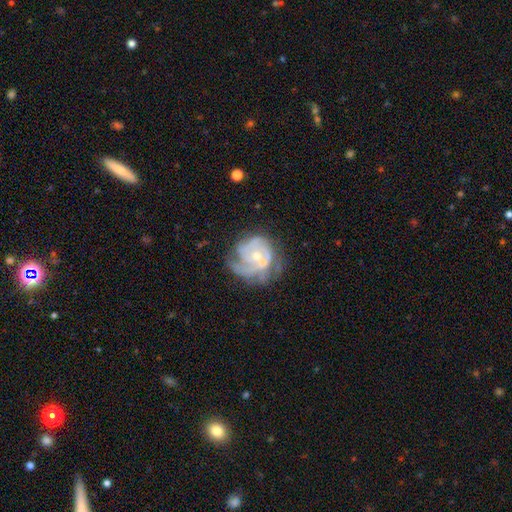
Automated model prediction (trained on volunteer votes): Q: Smooth or featured?
A: featured or disk (80%); runner-up: smooth (13%)
Q: Edge-on disk?
A: no (98%); runner-up: yes (2%)
Q: Bar?
A: no (77%); runner-up: weak (19%)
Q: Spiral arms?
A: yes (87%); runner-up: no (13%)
Q: Spiral winding?
A: tight (56%); runner-up: medium (32%)
Q: Spiral arm count?
A: can't tell (30%); runner-up: 3 (27%)
Q: Bulge size?
A: small (58%); runner-up: moderate (36%)
Q: Merging?
A: none (42%); runner-up: merger (21%)